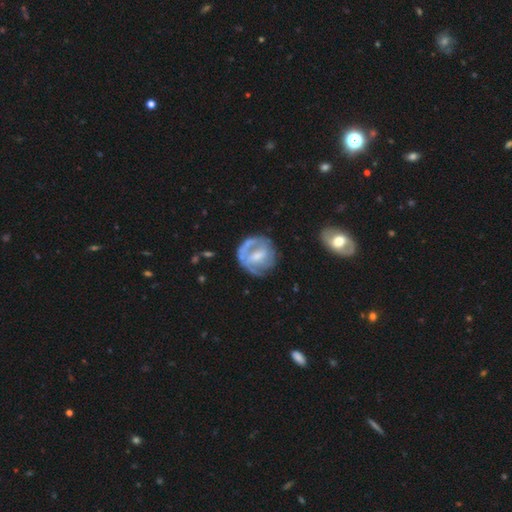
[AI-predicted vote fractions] Overall: featured or disk (65%; smooth 28%). Edge-on disk: no (97%). Bar: weak (46%; no 33%). Spiral arms: yes (63%; no 37%). Bulge size: moderate (44%; small 32%). Merging: none (60%; minor disturbance 21%).